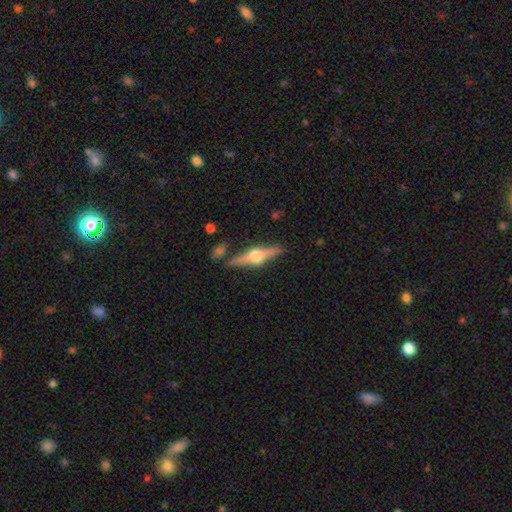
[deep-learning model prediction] This is likely a featured or disk galaxy (76%). It is clearly viewed edge-on (97%). Edge-on bulge: clearly rounded (95%). Merging: clearly none (84%).